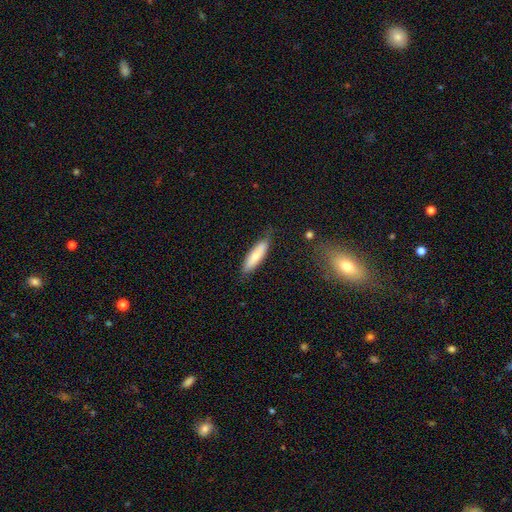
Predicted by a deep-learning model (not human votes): Smooth or featured? Predicted: smooth (p=0.74). How rounded? Predicted: cigar-shaped (p=0.63). Merging? Predicted: none (p=0.77).